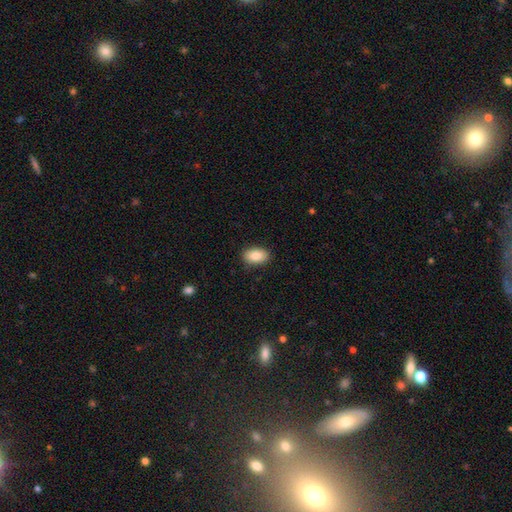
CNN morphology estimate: smooth 87%, star or artifact 7%, featured or disk 6%. Down the decision tree: how rounded — in between (89%); merging — none (88%).